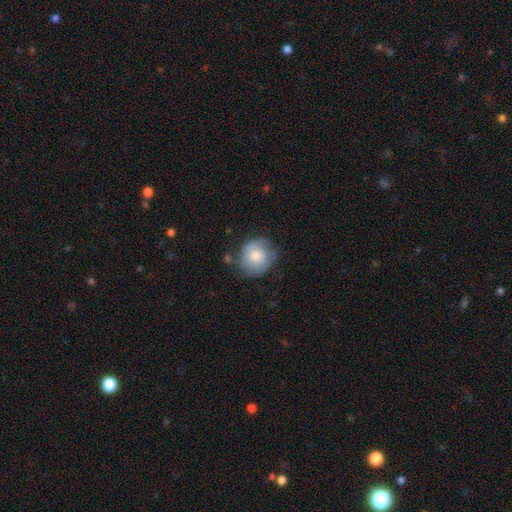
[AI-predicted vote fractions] A smooth galaxy with no disk features (62%) that is round (83%).

Vote fractions:
- Smooth or featured? smooth: 62% / featured or disk: 31% / star or artifact: 7%
- How rounded? round: 83% / in between: 16% / cigar-shaped: 1%
- Merging? none: 60% / minor disturbance: 28% / major disturbance: 9% / merger: 4%